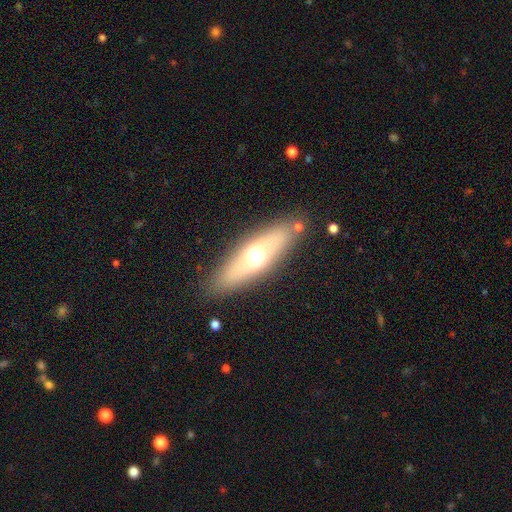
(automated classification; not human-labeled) Smooth or featured: smooth — 51% (featured or disk — 40%)
How rounded: in between — 48% (tied with cigar-shaped — 48%)
Merging: none — 85% (minor disturbance — 9%)